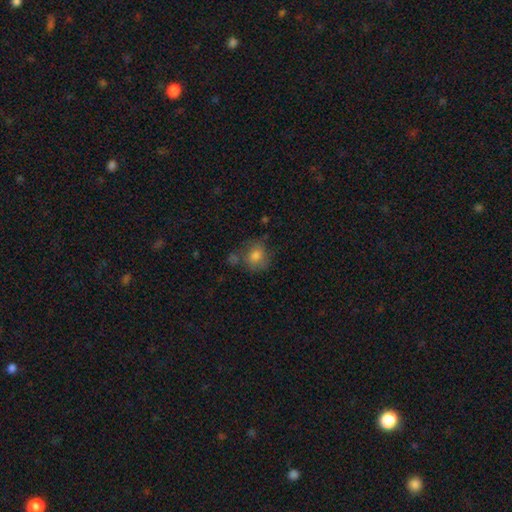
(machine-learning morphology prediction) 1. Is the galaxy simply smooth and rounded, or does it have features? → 75% smooth, 14% featured or disk, 11% star or artifact.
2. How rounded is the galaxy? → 70% round, 29% in between, 1% cigar-shaped.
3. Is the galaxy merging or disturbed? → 57% none, 21% minor disturbance, 13% merger, 9% major disturbance.